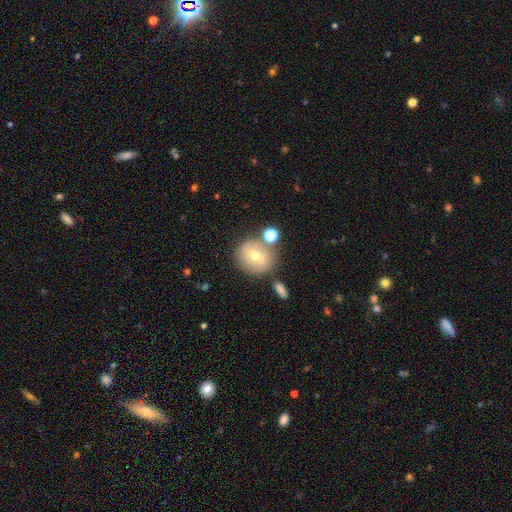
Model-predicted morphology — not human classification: A smooth galaxy with no disk features (60%) that is round (82%).

Vote fractions:
- Smooth or featured? smooth: 60% / featured or disk: 29% / star or artifact: 11%
- How rounded? round: 82% / in between: 17% / cigar-shaped: 1%
- Merging? none: 68% / merger: 13% / minor disturbance: 13% / major disturbance: 5%